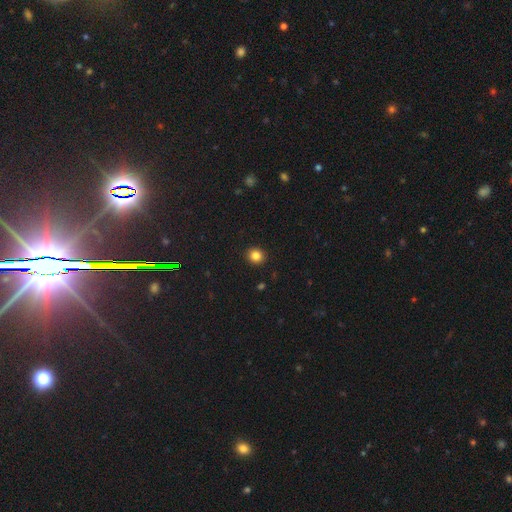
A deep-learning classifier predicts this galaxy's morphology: type=smooth (84%); roundness=round (85%); merging=none (93%).